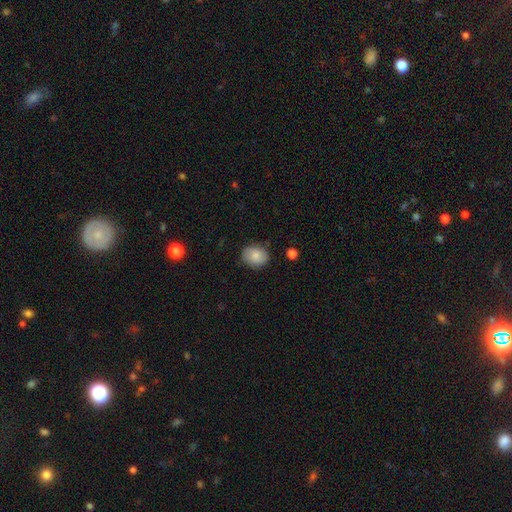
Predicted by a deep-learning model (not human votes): Smooth or featured?
  - smooth: 82% *
  - featured or disk: 11%
  - star or artifact: 8%
How rounded?
  - round: 58% *
  - in between: 41%
  - cigar-shaped: 1%
Merging?
  - none: 81% *
  - minor disturbance: 15%
  - major disturbance: 3%
  - merger: 1%